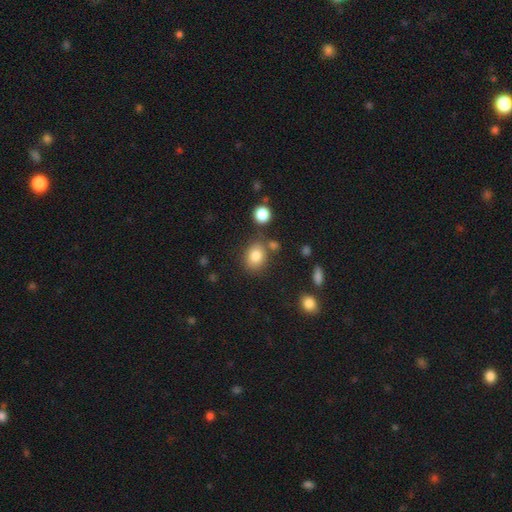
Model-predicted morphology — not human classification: A smooth galaxy with no disk features (82%) that is in between round and cigar-shaped (61%). Merging: none (72%).